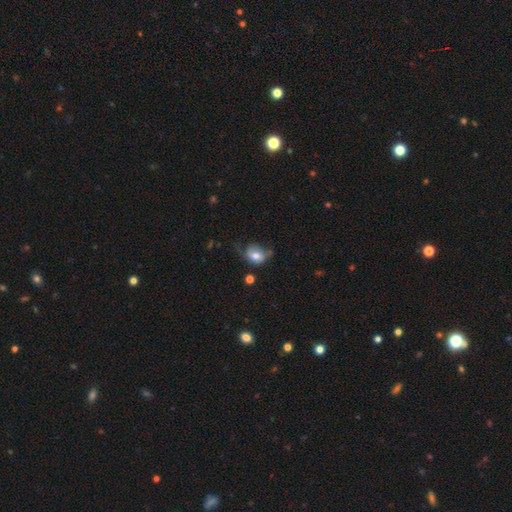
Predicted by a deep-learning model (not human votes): Morphology: type=smooth (71%); roundness=in between (52%); merging=none (40%).